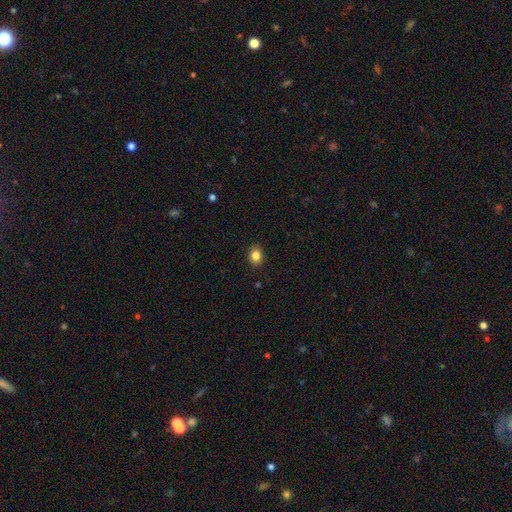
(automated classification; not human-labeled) Q: Smooth or featured?
A: smooth (84%); runner-up: star or artifact (10%)
Q: How rounded?
A: in between (59%); runner-up: round (40%)
Q: Merging?
A: none (88%); runner-up: minor disturbance (9%)